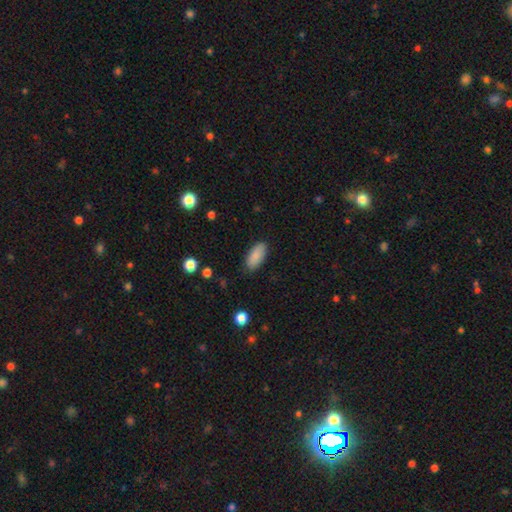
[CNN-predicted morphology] Smooth or featured? Predicted: smooth (p=0.89). How rounded? Predicted: in between (p=0.88). Merging? Predicted: none (p=0.87).